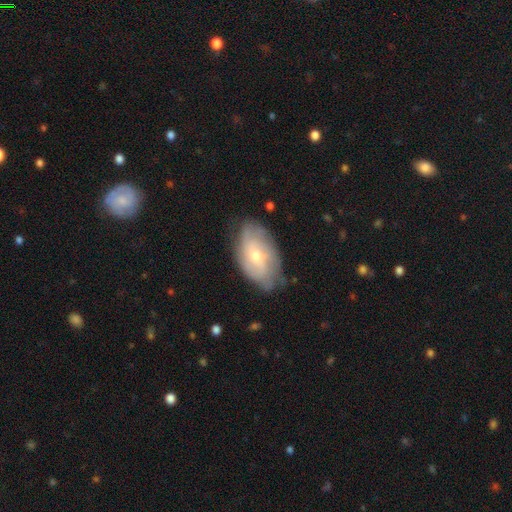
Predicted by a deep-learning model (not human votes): A featured or disk galaxy (60%) with no bar (59%), spiral arms (75%) and a small central bulge (55%).

Vote fractions:
- Smooth or featured? featured or disk: 60% / smooth: 33% / star or artifact: 7%
- Edge-on disk? no: 93% / yes: 7%
- Bar? no: 59% / weak: 33% / strong: 8%
- Spiral arms? yes: 75% / no: 25%
- Bulge size? small: 55% / moderate: 42% / large: 2% / none: 1% / dominant: 1%
- Merging? none: 70% / minor disturbance: 23% / major disturbance: 6% / merger: 1%